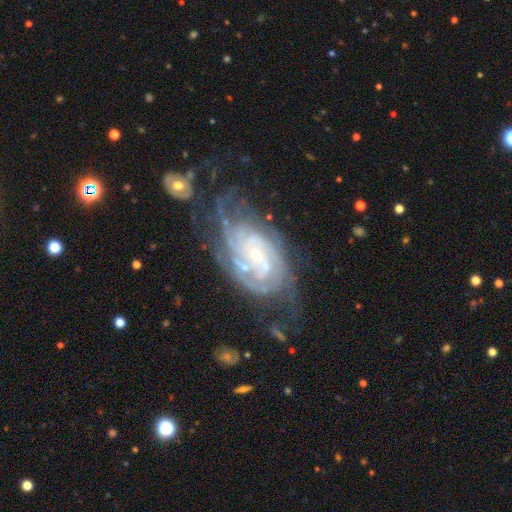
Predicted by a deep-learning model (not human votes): Morphology: type=featured or disk (87%); edge-on=no (96%); bar=no (55%); spiral arms=yes (96%); winding=tight (70%); arm count=can't tell (35%); bulge=small (75%); merging=none (48%).